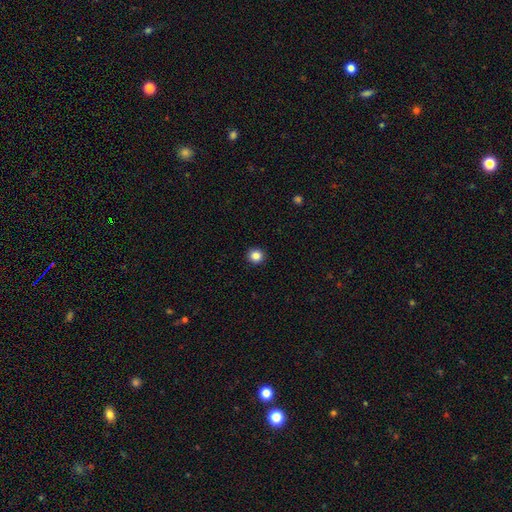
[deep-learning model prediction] smooth-or-featured: smooth: 85% | star or artifact: 11% | featured or disk: 4%
  how-rounded: round: 94% | in between: 5% | cigar-shaped: 1%
  merging: none: 94% | minor disturbance: 4% | major disturbance: 1% | merger: 1%